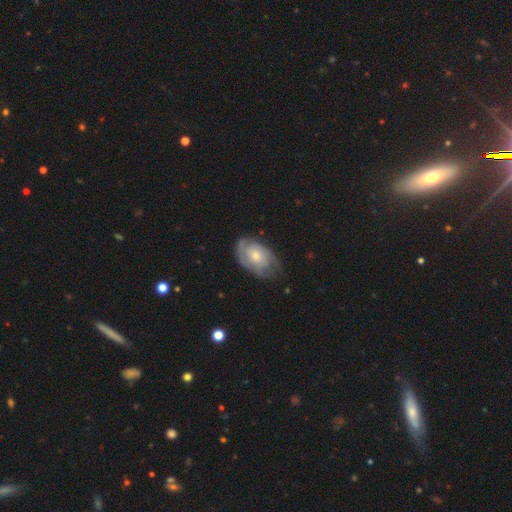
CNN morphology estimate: Smooth or featured?
  - featured or disk: 70% *
  - smooth: 25%
  - star or artifact: 5%
Edge-on disk?
  - no: 96% *
  - yes: 4%
Bar?
  - no: 76% *
  - weak: 21%
  - strong: 3%
Spiral arms?
  - yes: 85% *
  - no: 15%
Spiral winding?
  - tight: 63% *
  - medium: 27%
  - loose: 10%
Spiral arm count?
  - can't tell: 40% *
  - 2: 35%
  - 3: 11%
  - 1: 7%
  - 4: 4%
  - more than 4: 3%
Bulge size?
  - small: 49% *
  - moderate: 45%
  - large: 3%
  - none: 2%
  - dominant: 1%
Merging?
  - none: 65% *
  - minor disturbance: 25%
  - major disturbance: 9%
  - merger: 1%